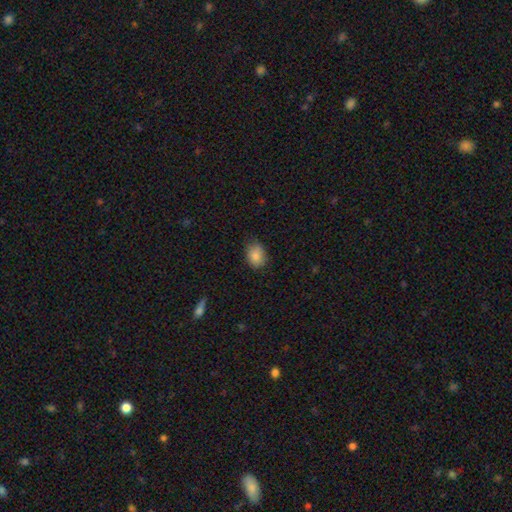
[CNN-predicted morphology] Overall: smooth (86%). How rounded: in between (63%; round 36%). Merging: none (75%).